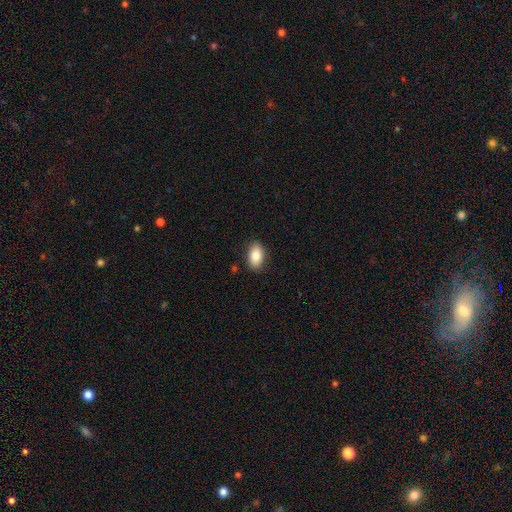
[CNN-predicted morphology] Q: Smooth or featured?
A: smooth (82%); runner-up: featured or disk (10%)
Q: How rounded?
A: in between (91%); runner-up: round (7%)
Q: Merging?
A: none (88%); runner-up: minor disturbance (9%)